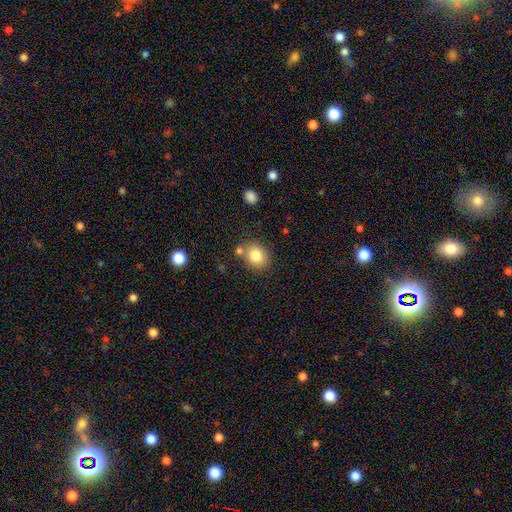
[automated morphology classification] The model was most divided on "how rounded": round: 68%, in between: 31%, cigar-shaped: 1%. More confident: smooth or featured — smooth (82%); merging — none (73%).